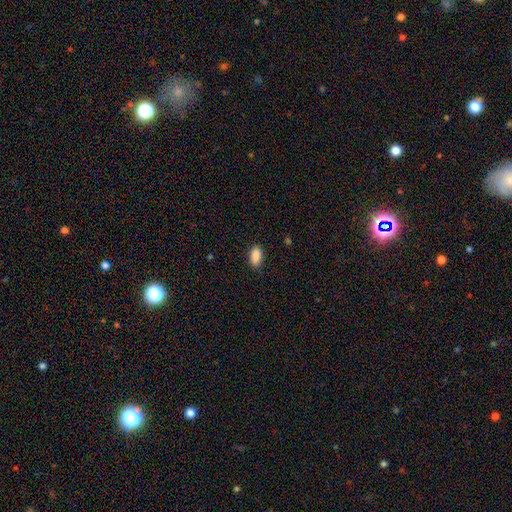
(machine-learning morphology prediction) Smooth or featured?
  - smooth: 89% *
  - star or artifact: 8%
  - featured or disk: 3%
How rounded?
  - in between: 91% *
  - cigar-shaped: 6%
  - round: 4%
Merging?
  - none: 85% *
  - minor disturbance: 11%
  - major disturbance: 2%
  - merger: 1%